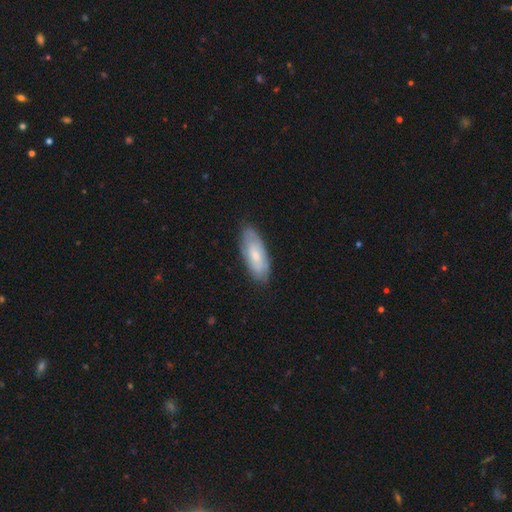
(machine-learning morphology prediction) Q: Smooth or featured?
A: smooth (61%); runner-up: featured or disk (33%)
Q: How rounded?
A: in between (77%); runner-up: cigar-shaped (21%)
Q: Merging?
A: none (81%); runner-up: minor disturbance (15%)